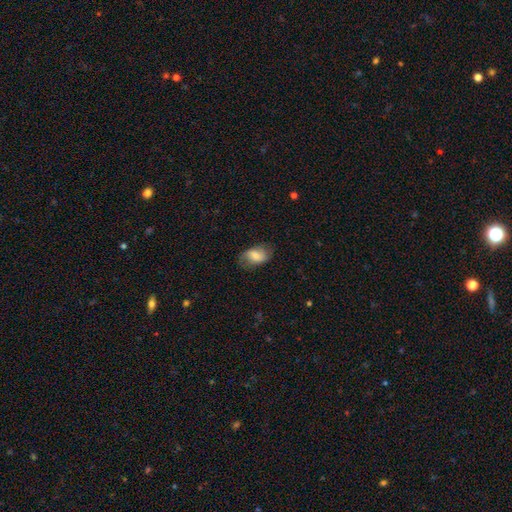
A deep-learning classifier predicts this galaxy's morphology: Overall: smooth (68%). How rounded: in between (88%). Merging: none (70%).